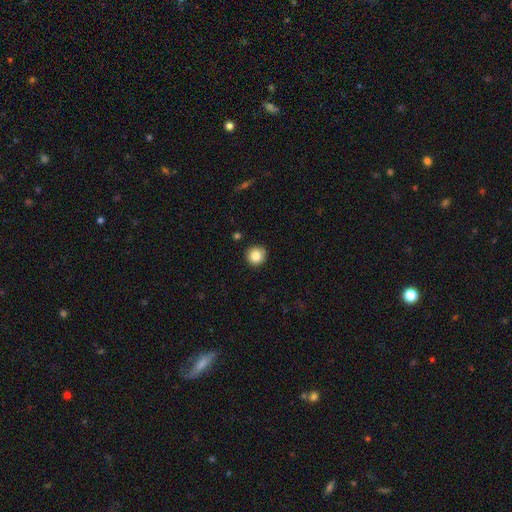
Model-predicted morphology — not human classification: smooth-or-featured: smooth: 84% | star or artifact: 10% | featured or disk: 6%
  how-rounded: round: 93% | in between: 6% | cigar-shaped: 1%
  merging: none: 87% | minor disturbance: 9% | major disturbance: 2% | merger: 2%